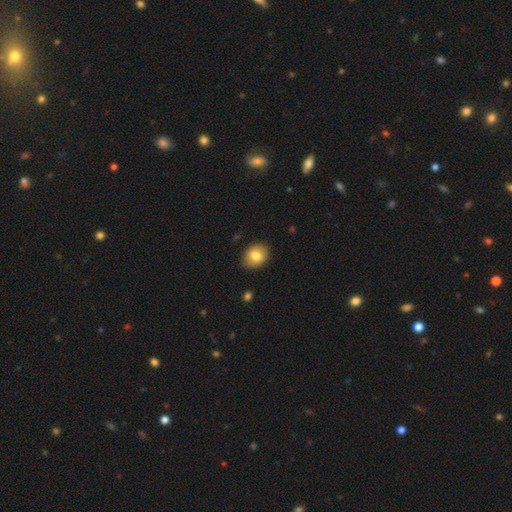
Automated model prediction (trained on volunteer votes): This appears to be a smooth galaxy with no disk features (80%) that is in between round and cigar-shaped (57%). Merging: none (84%).